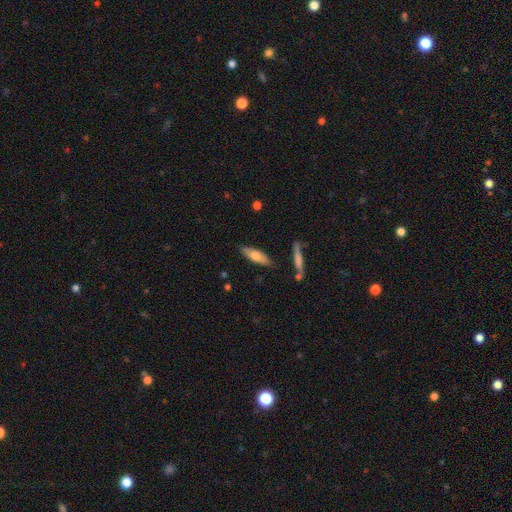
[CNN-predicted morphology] The model was most divided on "how rounded": cigar-shaped: 52%, in between: 46%, round: 2%. More confident: merging — none (83%); smooth or featured — smooth (63%).